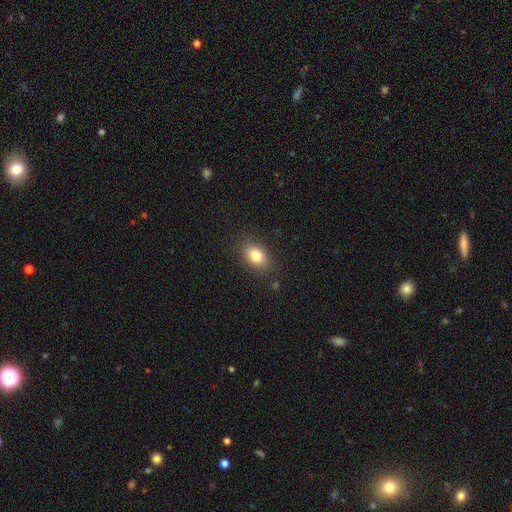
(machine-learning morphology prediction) A smooth galaxy with no disk features (81%) that is in between round and cigar-shaped (74%). Merging: none (84%).